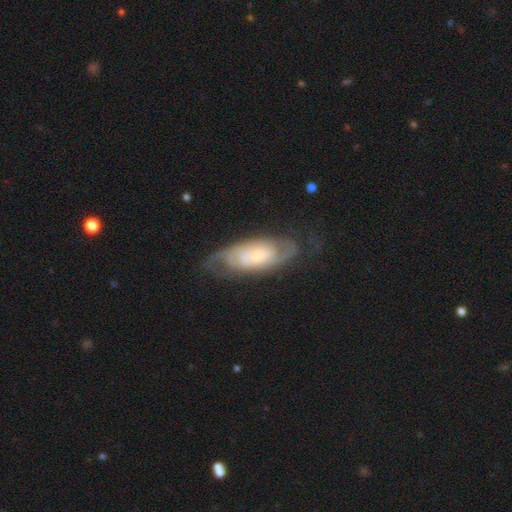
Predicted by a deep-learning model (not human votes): Q: Smooth or featured?
A: featured or disk (80%); runner-up: smooth (15%)
Q: Edge-on disk?
A: no (91%); runner-up: yes (9%)
Q: Bar?
A: no (67%); runner-up: weak (26%)
Q: Spiral arms?
A: yes (92%); runner-up: no (8%)
Q: Spiral winding?
A: tight (56%); runner-up: medium (33%)
Q: Spiral arm count?
A: 2 (56%); runner-up: can't tell (29%)
Q: Bulge size?
A: small (62%); runner-up: moderate (30%)
Q: Merging?
A: none (67%); runner-up: minor disturbance (20%)